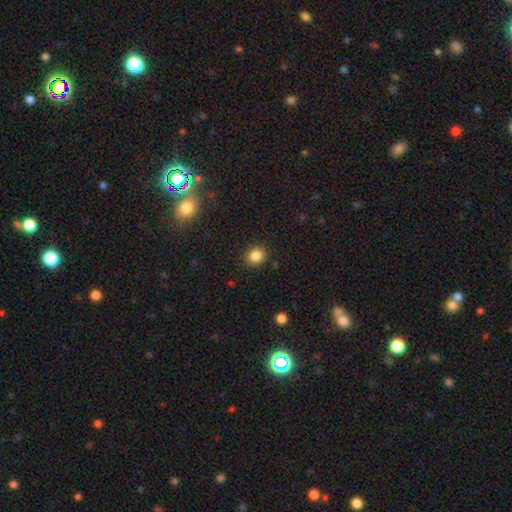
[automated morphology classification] type=smooth (85%); roundness=round (70%); merging=none (88%).